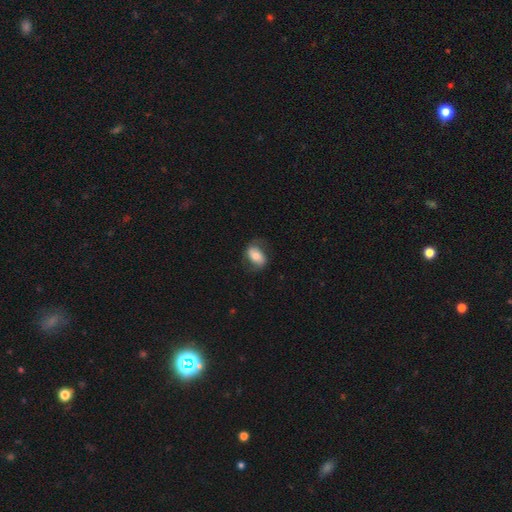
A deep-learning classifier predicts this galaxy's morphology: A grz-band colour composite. It shows a smooth galaxy with no disk features (56%) that is in between round and cigar-shaped (85%). Merging: none (68%).